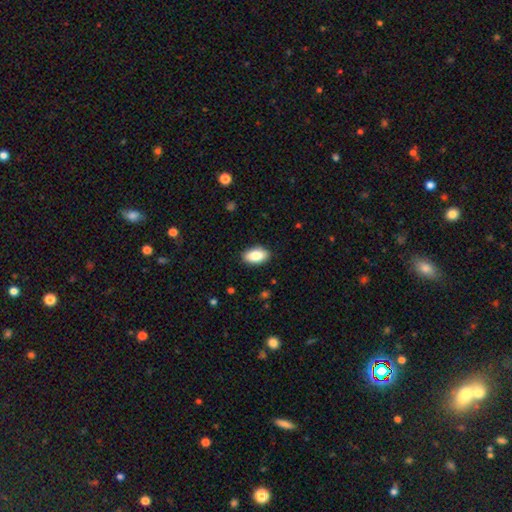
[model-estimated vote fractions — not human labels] This appears to be a smooth galaxy with no disk features (84%) that is in between round and cigar-shaped (92%). Merging: none (89%).